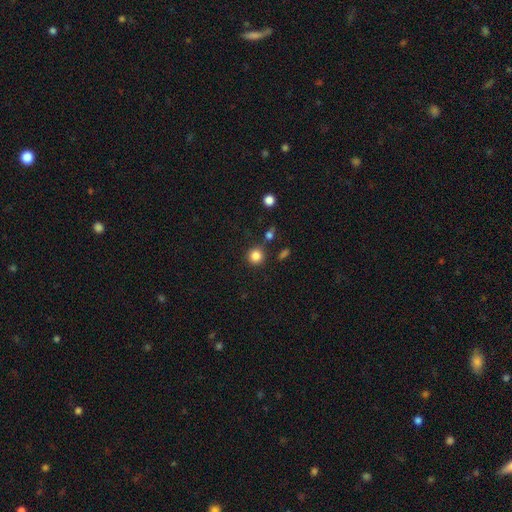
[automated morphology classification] This is clearly a smooth galaxy (84%). How rounded: clearly round (92%). Merging: clearly none (83%).